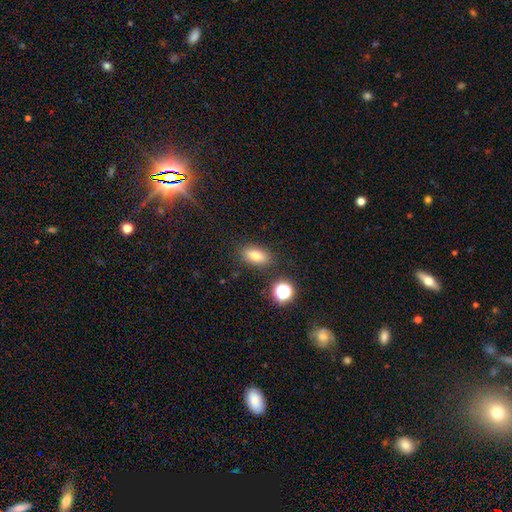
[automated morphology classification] A smooth galaxy with no disk features (76%) that is in between round and cigar-shaped (83%). Merging: none (83%).